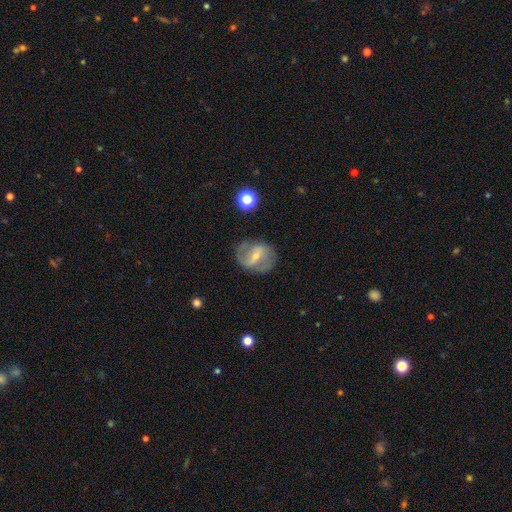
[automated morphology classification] smooth_or_featured: featured or disk (p=0.67) [alt: smooth p=0.25]
disk_edge_on: no (p=0.94) [alt: yes p=0.06]
bar: strong (p=0.51) [alt: weak p=0.35]
has_spiral_arms: yes (p=0.63) [alt: no p=0.37]
bulge_size: small (p=0.59) [alt: moderate p=0.35]
merging: none (p=0.72) [alt: minor disturbance p=0.17]